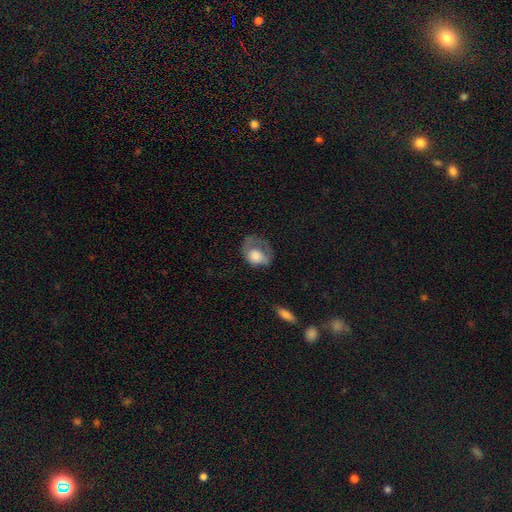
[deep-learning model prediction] smooth 62%, featured or disk 30%, star or artifact 7%. Down the decision tree: how rounded — in between (58%); merging — major disturbance (46%).